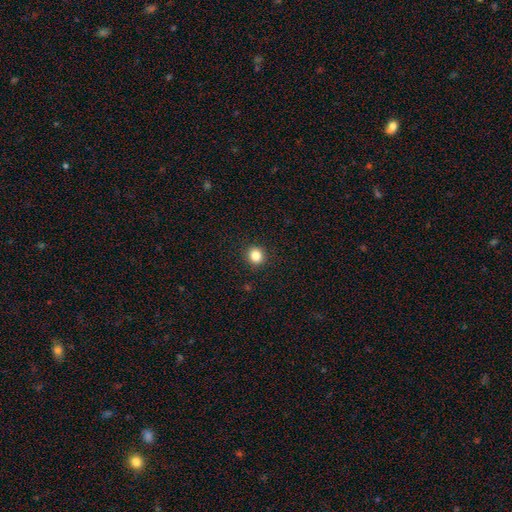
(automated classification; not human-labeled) A smooth galaxy with no disk features (84%) that is round (87%). Merging: none (92%).